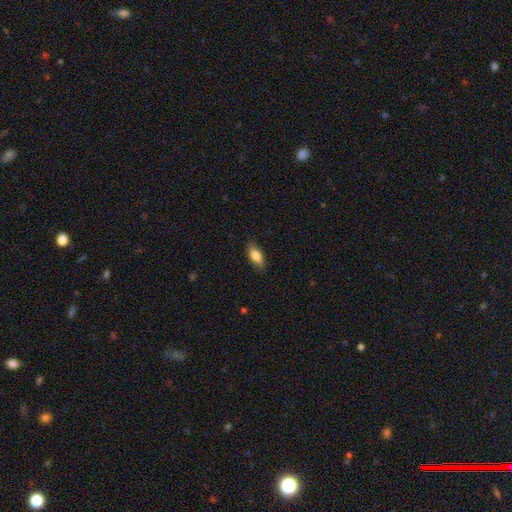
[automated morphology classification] A smooth galaxy with no disk features (80%) that is in between round and cigar-shaped (82%). Merging: none (82%).